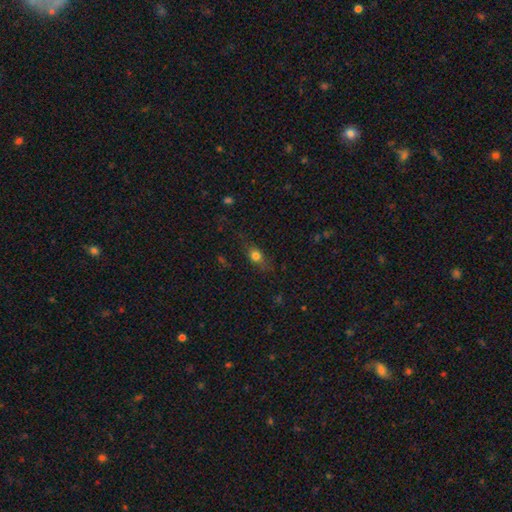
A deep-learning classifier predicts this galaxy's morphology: Smooth or featured? smooth (71%)
How rounded? in between (57%)
Merging? none (69%)